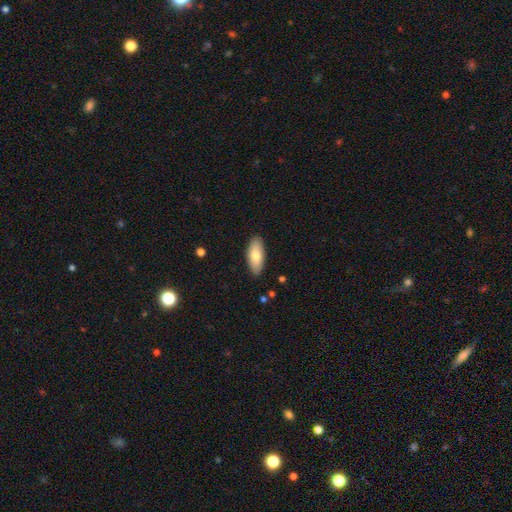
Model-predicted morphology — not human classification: smooth_or_featured: smooth (p=0.77) [alt: featured or disk p=0.17]
how_rounded: in between (p=0.82) [alt: cigar-shaped p=0.16]
merging: none (p=0.89) [alt: minor disturbance p=0.09]